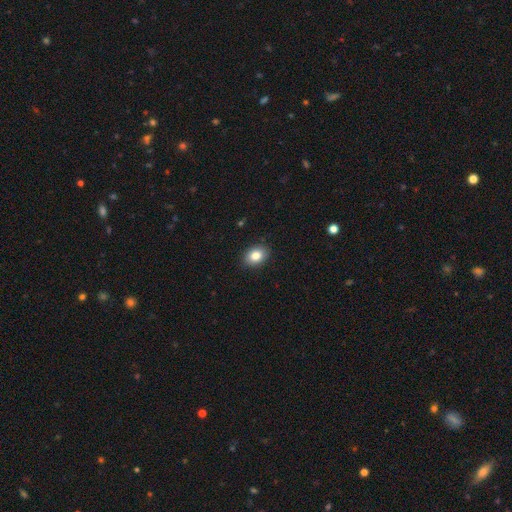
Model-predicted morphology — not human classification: This is clearly a smooth galaxy (83%). How rounded: likely in between (71%). Merging: clearly none (89%).